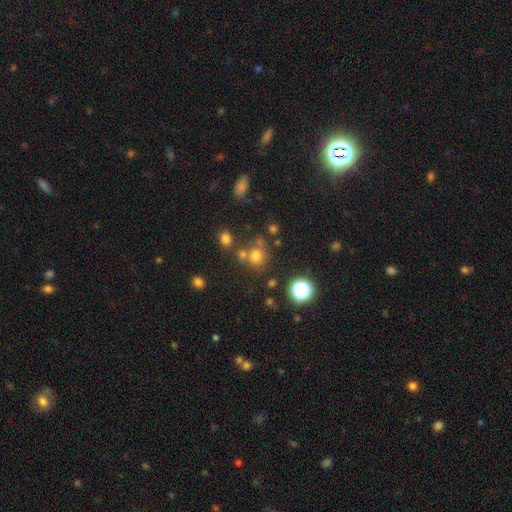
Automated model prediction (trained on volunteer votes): smooth 71%, star or artifact 21%, featured or disk 8%. Down the decision tree: how rounded — round (84%); merging — none (63%).